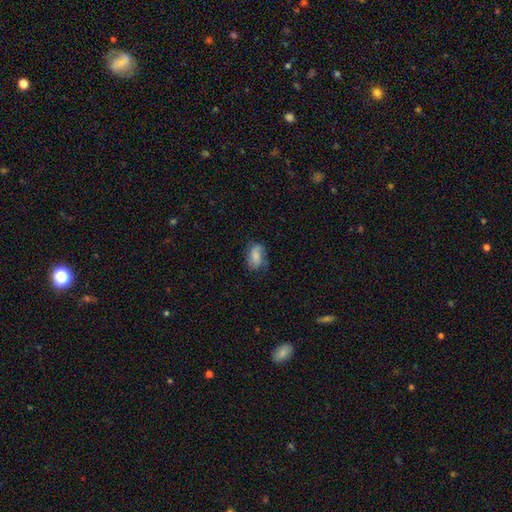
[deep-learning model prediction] The model was most divided on "merging": none: 63%, minor disturbance: 27%, major disturbance: 9%, merger: 2%. More confident: how rounded — in between (85%); smooth or featured — smooth (72%).